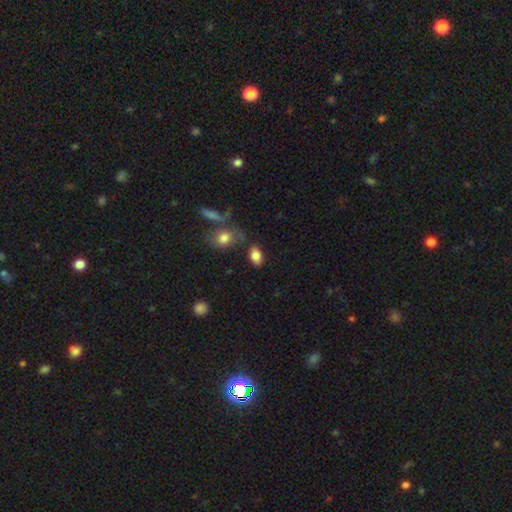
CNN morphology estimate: smooth_or_featured: smooth (p=0.83) [alt: featured or disk p=0.09]
how_rounded: in between (p=0.89) [alt: round p=0.08]
merging: none (p=0.71) [alt: minor disturbance p=0.15]